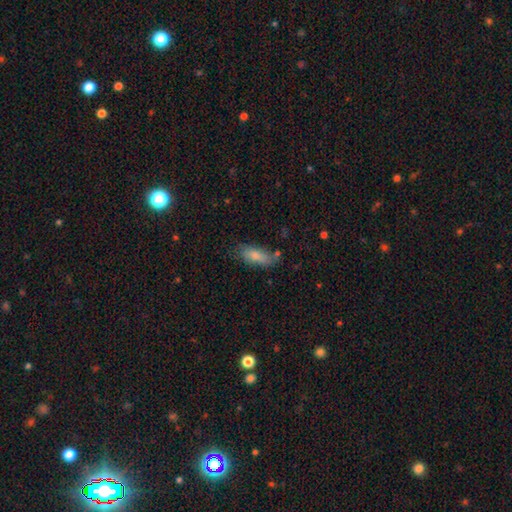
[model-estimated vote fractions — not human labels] A smooth galaxy with no disk features (78%) that is in between round and cigar-shaped (71%). Merging: none (65%).